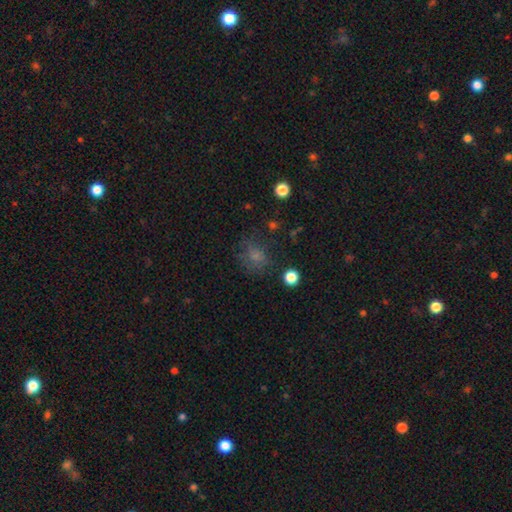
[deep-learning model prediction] This appears to be a smooth galaxy with no disk features (66%) that is round (68%). Merging: none (63%).